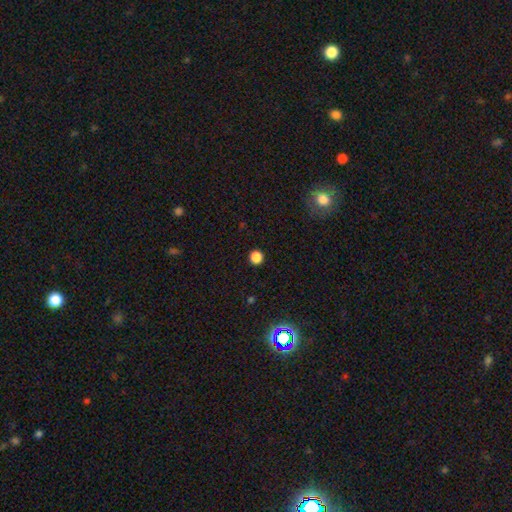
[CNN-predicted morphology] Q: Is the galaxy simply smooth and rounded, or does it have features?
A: smooth — 84%.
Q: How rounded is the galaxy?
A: round — 93%.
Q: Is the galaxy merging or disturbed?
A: none — 92%.